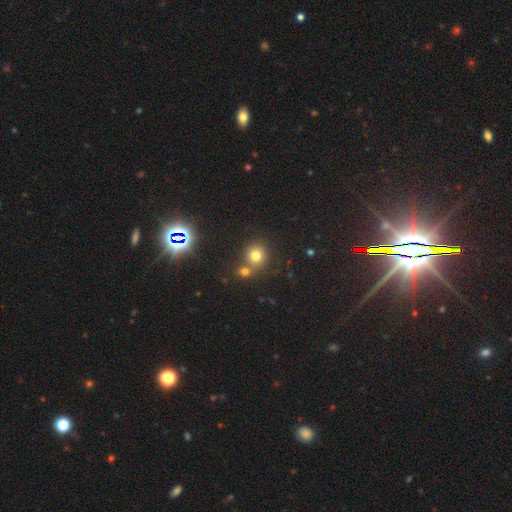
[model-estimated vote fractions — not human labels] Smooth or featured: smooth — 72% (star or artifact — 19%)
How rounded: round — 87% (in between — 12%)
Merging: none — 62% (merger — 27%)